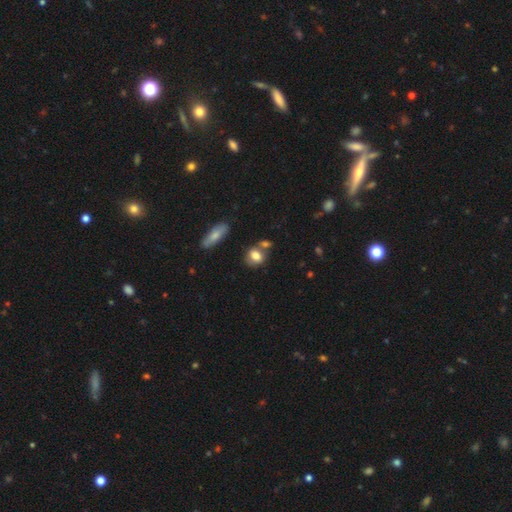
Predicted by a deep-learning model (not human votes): Q: Smooth or featured?
A: smooth (79%); runner-up: featured or disk (12%)
Q: How rounded?
A: in between (56%); runner-up: round (41%)
Q: Merging?
A: none (55%); runner-up: merger (24%)